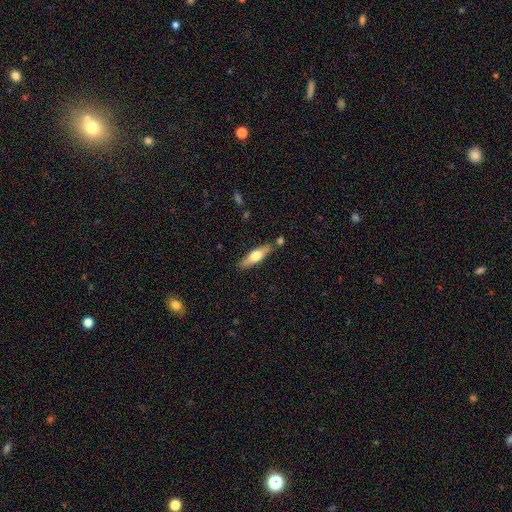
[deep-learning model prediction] Smooth or featured? Predicted: smooth (p=0.52). How rounded? Predicted: cigar-shaped (p=0.66). Merging? Predicted: none (p=0.80).